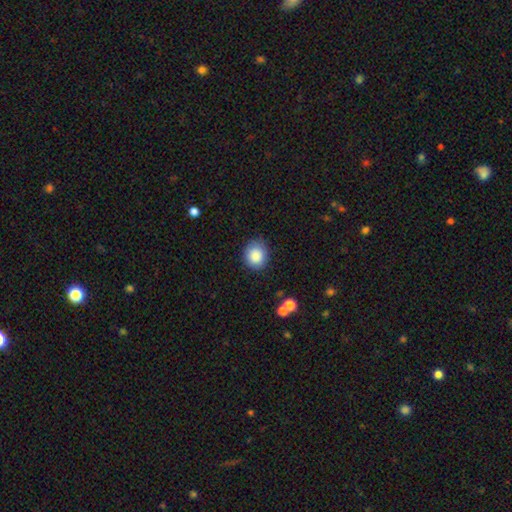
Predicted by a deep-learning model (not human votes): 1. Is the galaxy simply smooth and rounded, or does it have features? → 87% smooth, 9% star or artifact, 4% featured or disk.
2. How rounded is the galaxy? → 76% round, 23% in between, 1% cigar-shaped.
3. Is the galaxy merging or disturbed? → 81% none, 14% minor disturbance, 3% major disturbance, 2% merger.